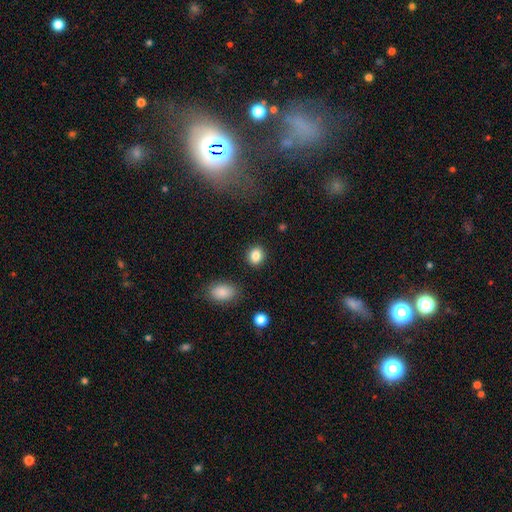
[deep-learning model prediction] The model was most divided on "how rounded": round: 71%, in between: 28%, cigar-shaped: 1%. More confident: merging — none (89%); smooth or featured — smooth (86%).